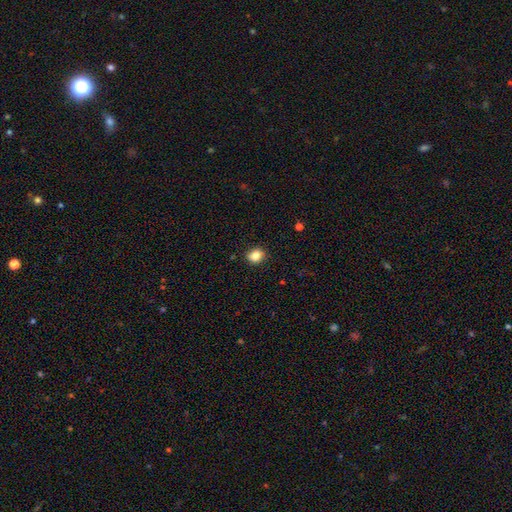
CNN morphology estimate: Smooth or featured? Predicted: smooth (p=0.83). How rounded? Predicted: round (p=0.71). Merging? Predicted: none (p=0.87).